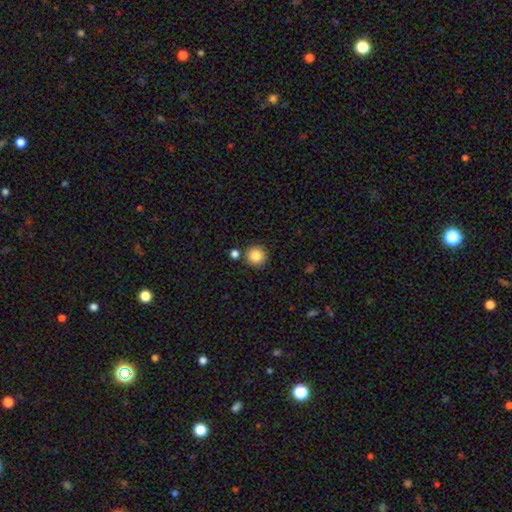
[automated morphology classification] smooth 85%, star or artifact 10%, featured or disk 5%. Down the decision tree: how rounded — round (94%); merging — none (84%).